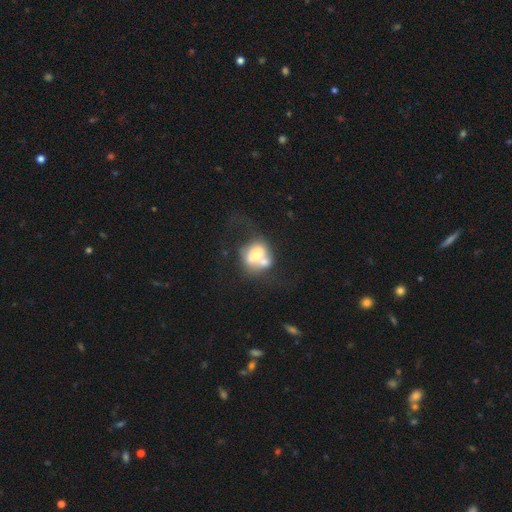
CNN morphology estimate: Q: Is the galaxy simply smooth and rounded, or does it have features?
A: smooth — 48%.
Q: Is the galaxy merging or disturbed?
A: merger — 56%.